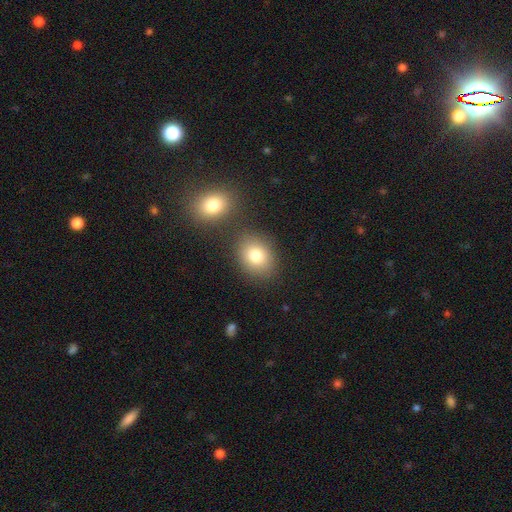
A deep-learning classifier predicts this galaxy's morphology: Overall: smooth (80%). How rounded: in between (52%; round 47%). Merging: none (75%).